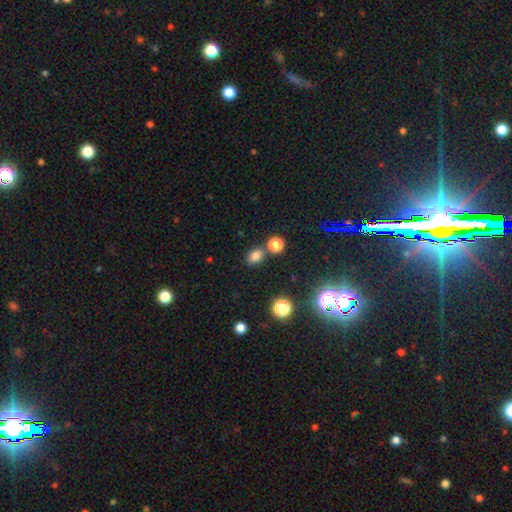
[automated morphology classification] type=smooth (78%); roundness=in between (64%); merging=none (71%).